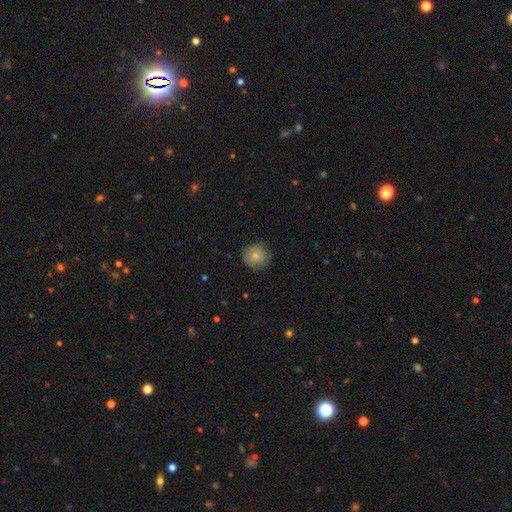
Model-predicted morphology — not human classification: This appears to be a smooth galaxy with no disk features (82%) that is round (91%). Merging: none (80%).